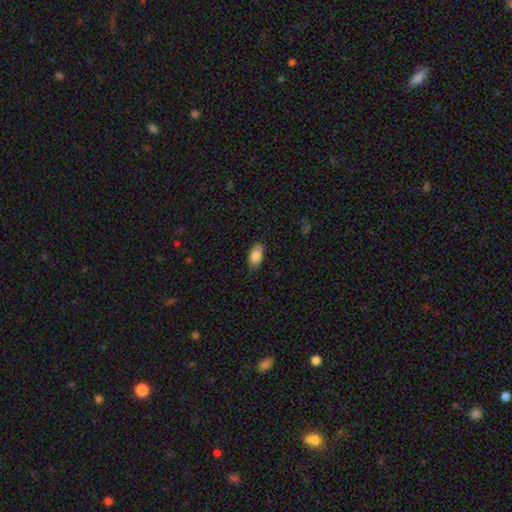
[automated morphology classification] smooth 84%, featured or disk 10%, star or artifact 7%. Down the decision tree: how rounded — in between (90%); merging — none (84%).